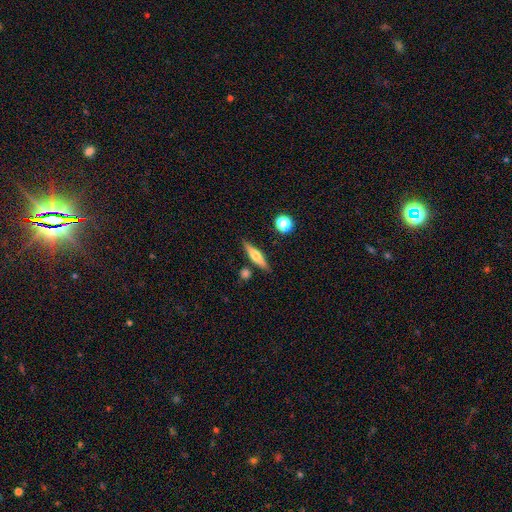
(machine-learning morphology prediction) Smooth or featured? smooth (47%)
Merging? none (83%)